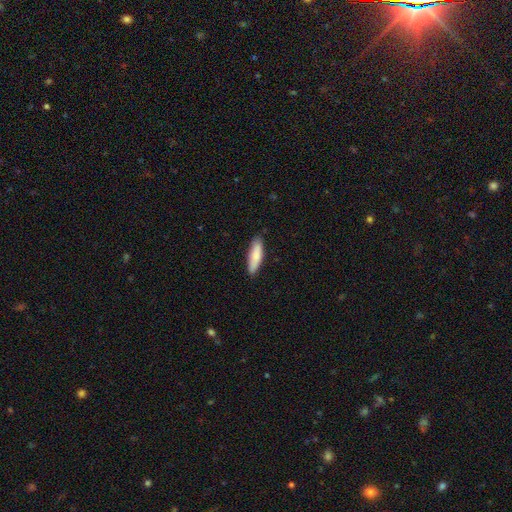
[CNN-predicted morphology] This appears to be a smooth galaxy with no disk features (82%) that is cigar-shaped (62%). Merging: none (85%).